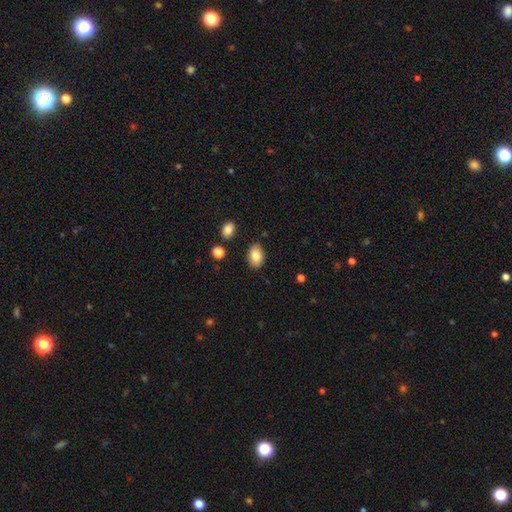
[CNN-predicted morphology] type=smooth (83%); roundness=in between (83%); merging=none (86%).